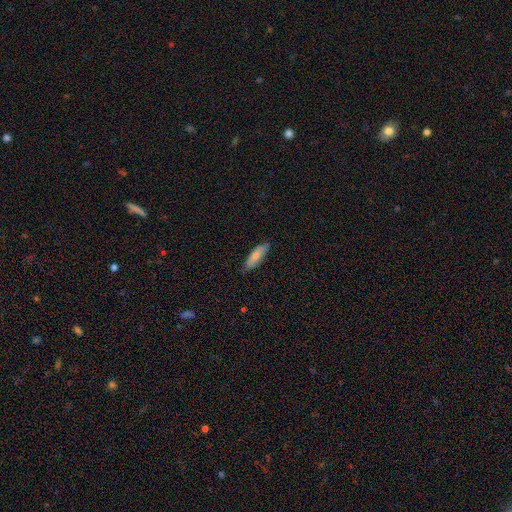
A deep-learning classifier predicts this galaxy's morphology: type=smooth (73%); roundness=in between (51%); merging=none (84%).